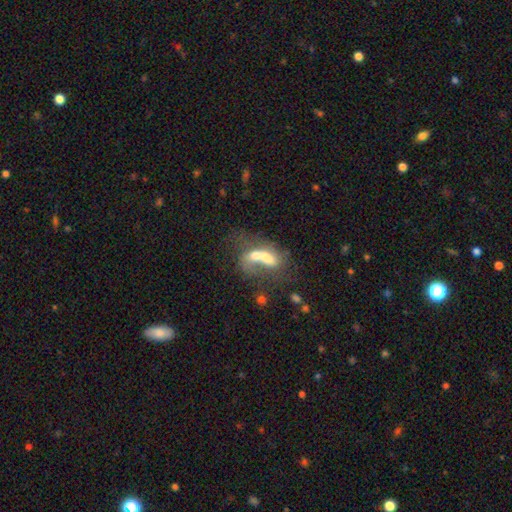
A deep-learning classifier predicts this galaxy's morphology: Smooth or featured: smooth — 52% (featured or disk — 38%)
How rounded: in between — 76% (round — 17%)
Merging: merger — 74% (none — 10%)